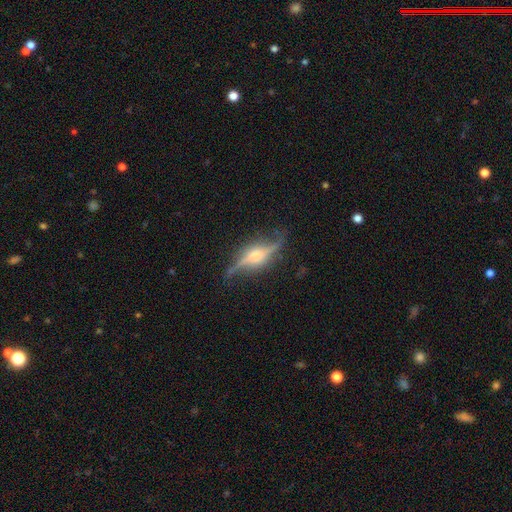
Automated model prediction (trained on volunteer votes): smooth_or_featured: featured or disk (p=0.84) [alt: smooth p=0.10]
disk_edge_on: yes (p=0.73) [alt: no p=0.27]
edge_on_bulge: rounded (p=0.86) [alt: boxy p=0.11]
merging: none (p=0.75) [alt: minor disturbance p=0.17]